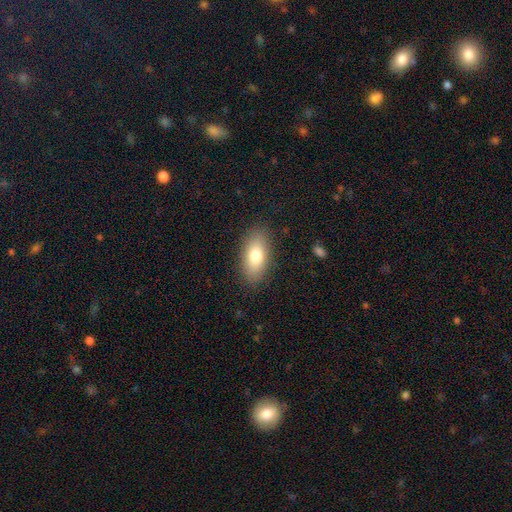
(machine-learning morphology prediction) Q: Smooth or featured?
A: smooth (77%); runner-up: featured or disk (16%)
Q: How rounded?
A: in between (88%); runner-up: cigar-shaped (9%)
Q: Merging?
A: none (87%); runner-up: minor disturbance (9%)